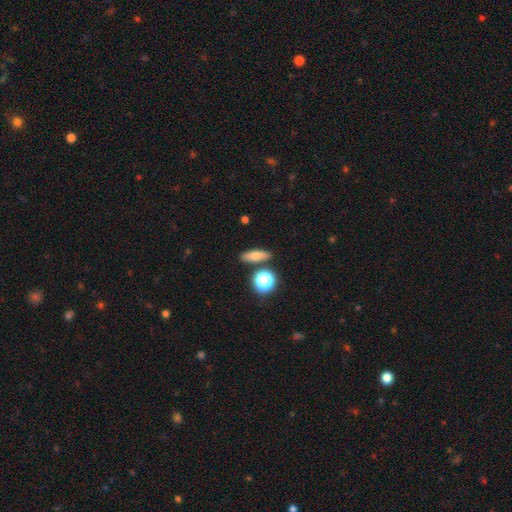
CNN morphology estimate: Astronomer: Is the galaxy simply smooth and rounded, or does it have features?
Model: smooth — 74%.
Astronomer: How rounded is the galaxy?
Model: in between — 46% (runner-up: cigar-shaped, 38%).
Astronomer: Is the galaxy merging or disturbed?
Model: none — 81%.